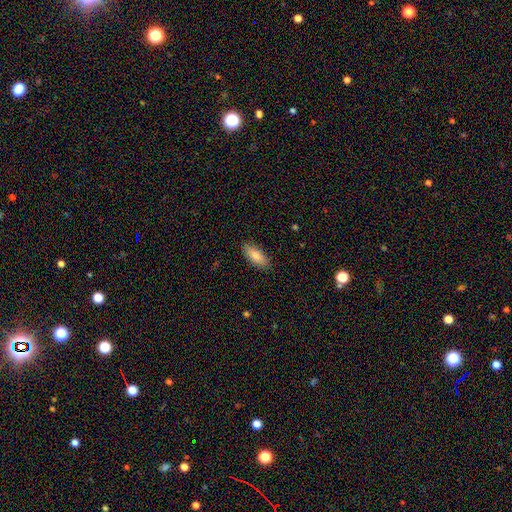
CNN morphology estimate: smooth-or-featured: smooth: 84% | featured or disk: 10% | star or artifact: 6%
  how-rounded: in between: 78% | cigar-shaped: 20% | round: 2%
  merging: none: 88% | minor disturbance: 9% | major disturbance: 2% | merger: 1%